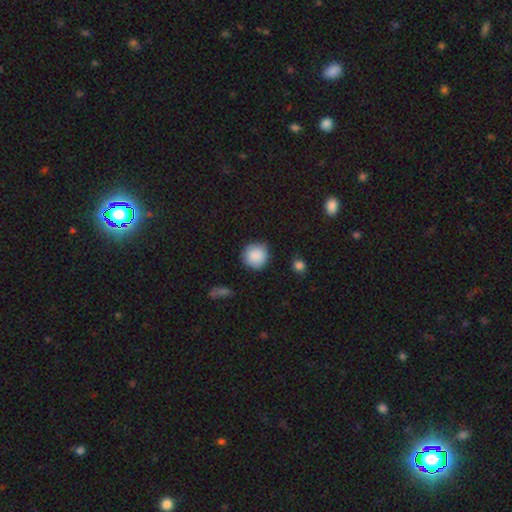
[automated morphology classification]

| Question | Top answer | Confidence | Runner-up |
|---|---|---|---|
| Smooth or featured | smooth | 88% | star or artifact (8%) |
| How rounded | round | 93% | in between (6%) |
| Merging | none | 85% | minor disturbance (11%) |